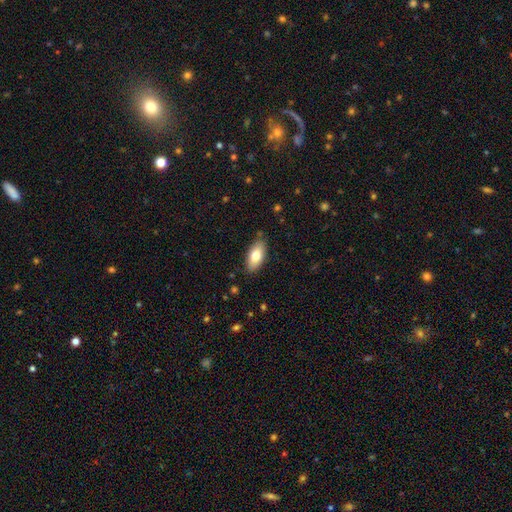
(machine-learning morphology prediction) The model was most divided on "smooth or featured": smooth: 76%, featured or disk: 17%, star or artifact: 6%. More confident: how rounded — in between (88%); merging — none (85%).